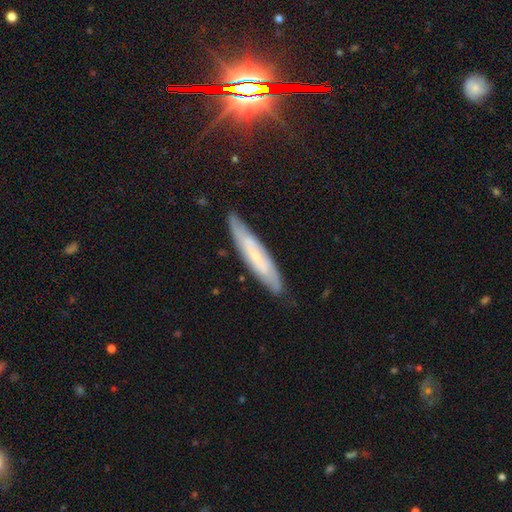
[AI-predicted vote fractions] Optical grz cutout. It shows a featured or disk galaxy (54%) viewed edge-on (55%). Merging: none (82%).